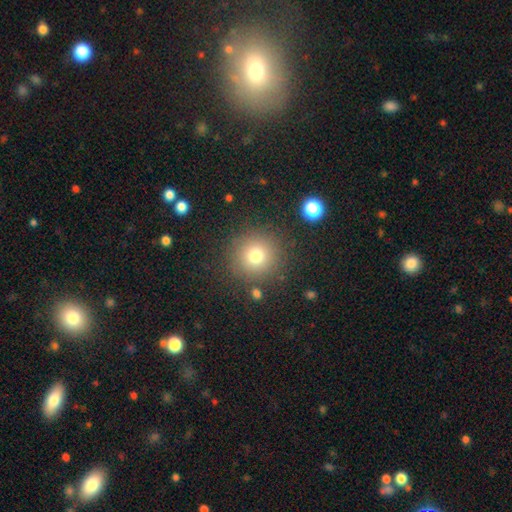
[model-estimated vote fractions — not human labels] Q: Smooth or featured?
A: smooth (75%); runner-up: star or artifact (15%)
Q: How rounded?
A: round (95%); runner-up: in between (4%)
Q: Merging?
A: none (86%); runner-up: minor disturbance (7%)